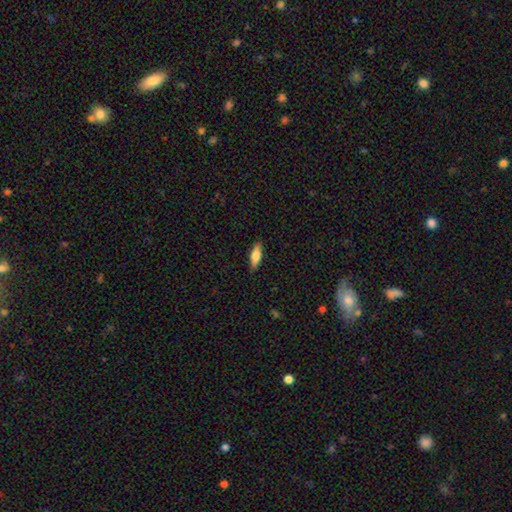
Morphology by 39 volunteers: Smooth or featured: smooth — 72% (featured or disk — 18%)
How rounded: cigar-shaped — 57% (in between — 43%)
Merging: none — 86% (minor disturbance — 11%)